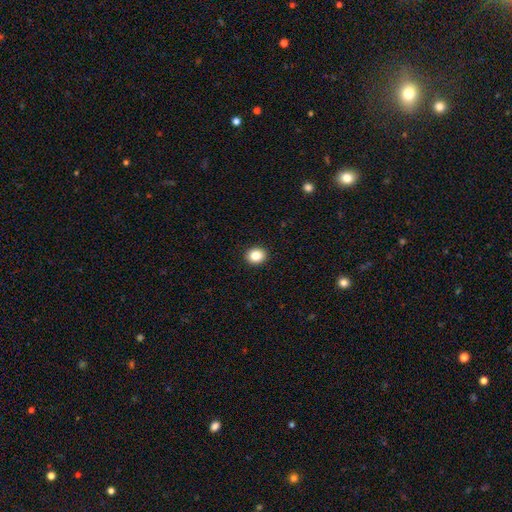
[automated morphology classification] Smooth or featured? smooth (85%)
How rounded? round (71%)
Merging? none (93%)